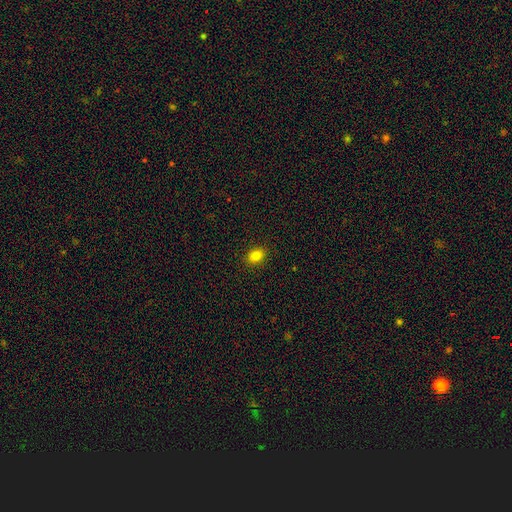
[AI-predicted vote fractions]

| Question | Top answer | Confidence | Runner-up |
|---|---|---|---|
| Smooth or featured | smooth | 84% | star or artifact (11%) |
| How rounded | in between | 75% | round (24%) |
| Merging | none | 90% | minor disturbance (7%) |